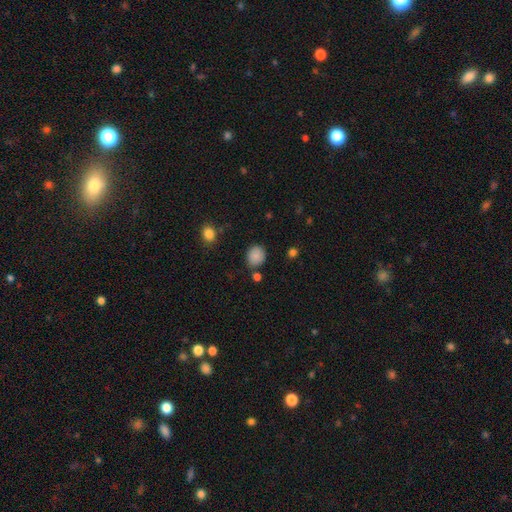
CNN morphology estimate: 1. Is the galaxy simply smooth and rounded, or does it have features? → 86% smooth, 9% star or artifact, 5% featured or disk.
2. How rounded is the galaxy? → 73% round, 26% in between, 1% cigar-shaped.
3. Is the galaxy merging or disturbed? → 79% none, 12% minor disturbance, 5% merger, 3% major disturbance.